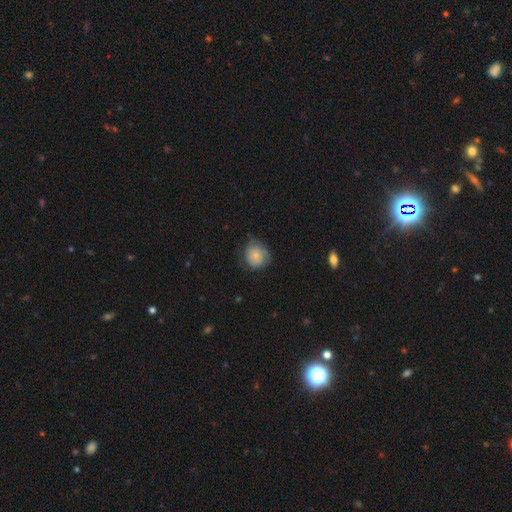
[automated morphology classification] A smooth galaxy with no disk features (71%) that is round (80%).

Vote fractions:
- Smooth or featured? smooth: 71% / featured or disk: 21% / star or artifact: 8%
- How rounded? round: 80% / in between: 19% / cigar-shaped: 1%
- Merging? none: 58% / minor disturbance: 30% / major disturbance: 10% / merger: 1%